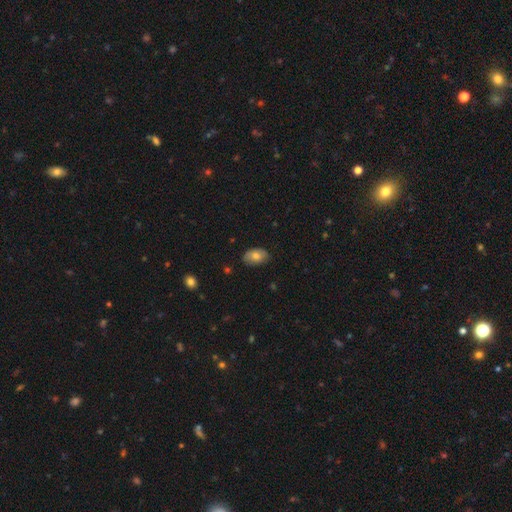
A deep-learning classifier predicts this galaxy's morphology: This appears to be a smooth galaxy with no disk features (75%) that is in between round and cigar-shaped (90%). Merging: none (81%).